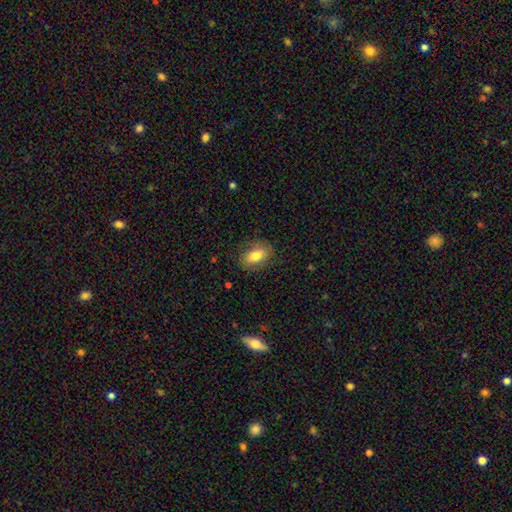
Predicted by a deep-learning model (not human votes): The model was most divided on "smooth or featured": smooth: 77%, featured or disk: 16%, star or artifact: 7%. More confident: how rounded — in between (87%); merging — none (83%).